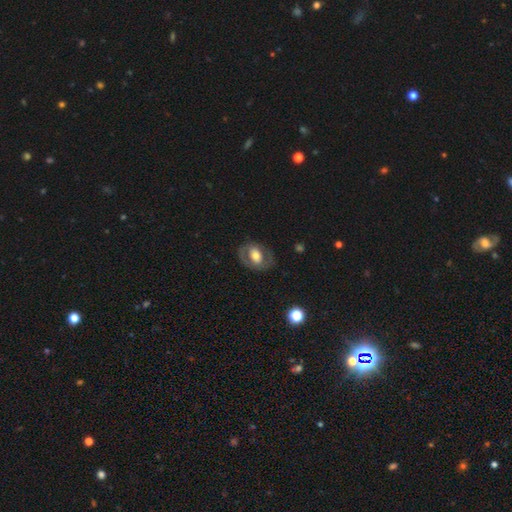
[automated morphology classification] A featured or disk galaxy (52%). Merging: none (74%).